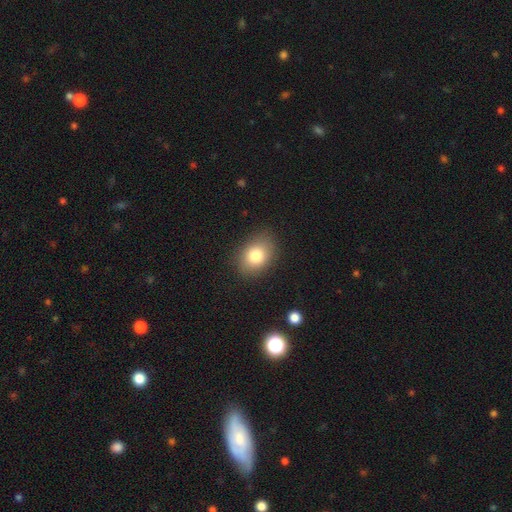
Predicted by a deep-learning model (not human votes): Smooth or featured?
  - smooth: 81% *
  - featured or disk: 10%
  - star or artifact: 9%
How rounded?
  - in between: 70% *
  - round: 29%
  - cigar-shaped: 1%
Merging?
  - none: 85% *
  - minor disturbance: 11%
  - major disturbance: 3%
  - merger: 1%